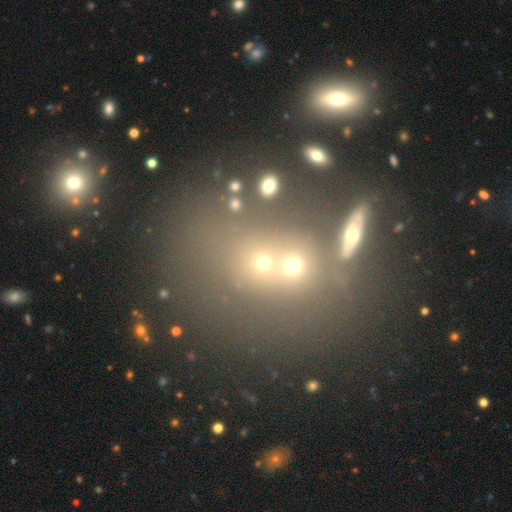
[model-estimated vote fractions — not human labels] This appears to be a smooth galaxy with no disk features (46%). Merging: merger (44%).